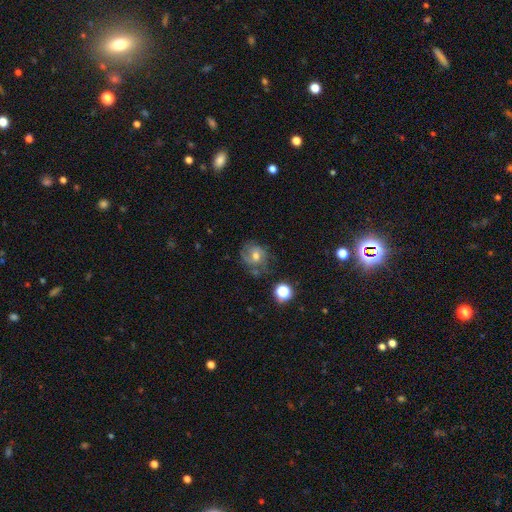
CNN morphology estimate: Smooth or featured? featured or disk (52%)
Edge-on disk? no (97%)
Bar? no (67%)
Spiral arms? yes (80%)
Bulge size? moderate (70%)
Merging? none (59%)